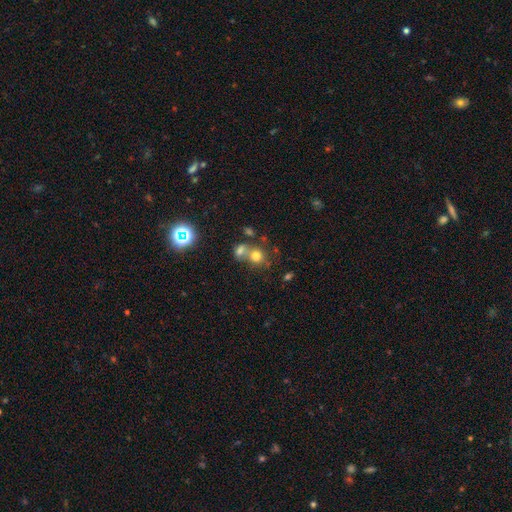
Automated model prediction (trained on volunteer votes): The model was most divided on "merging" (2-way tie): none: 44%, merger: 44%, minor disturbance: 8%, major disturbance: 4%. More confident: how rounded — round (80%); smooth or featured — smooth (70%).